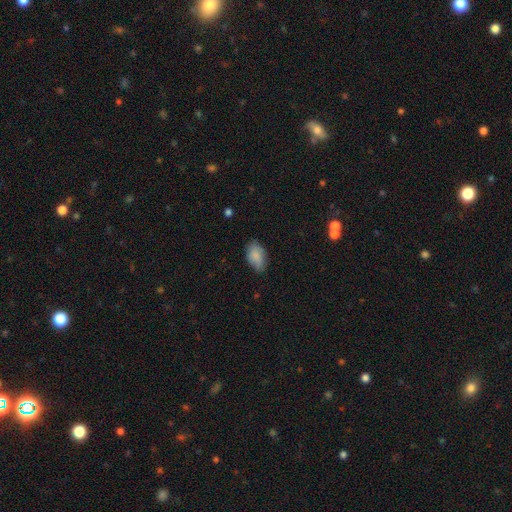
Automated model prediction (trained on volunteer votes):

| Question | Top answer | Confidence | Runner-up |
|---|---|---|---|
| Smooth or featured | smooth | 83% | featured or disk (10%) |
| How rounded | in between | 92% | round (6%) |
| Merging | none | 69% | minor disturbance (25%) |